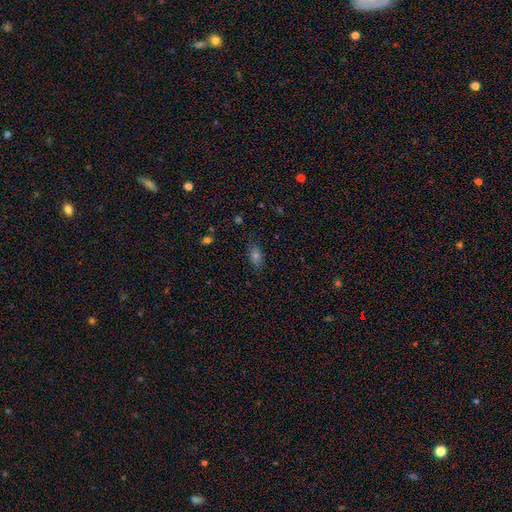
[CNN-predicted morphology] The model was most divided on "smooth or featured": smooth: 67%, star or artifact: 20%, featured or disk: 13%. More confident: merging — none (84%); how rounded — in between (82%).